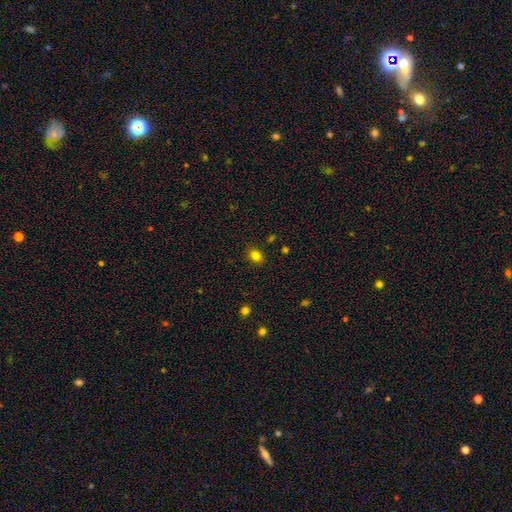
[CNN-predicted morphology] Smooth or featured: smooth — 81% (star or artifact — 13%)
How rounded: in between — 50% (round — 49%)
Merging: none — 87% (minor disturbance — 9%)